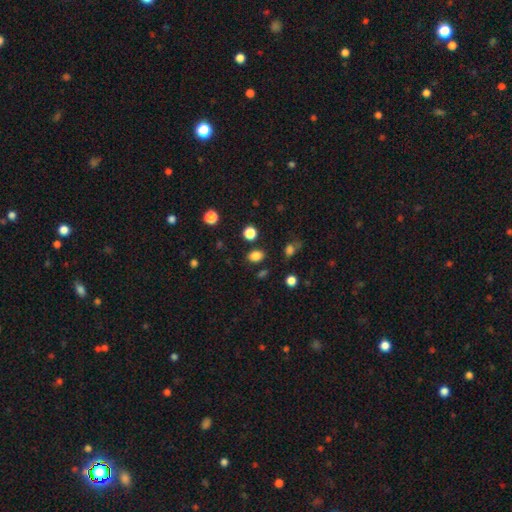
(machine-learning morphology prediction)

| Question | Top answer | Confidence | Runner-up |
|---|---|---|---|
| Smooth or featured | smooth | 82% | star or artifact (14%) |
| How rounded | in between | 64% | round (35%) |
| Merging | none | 83% | minor disturbance (10%) |